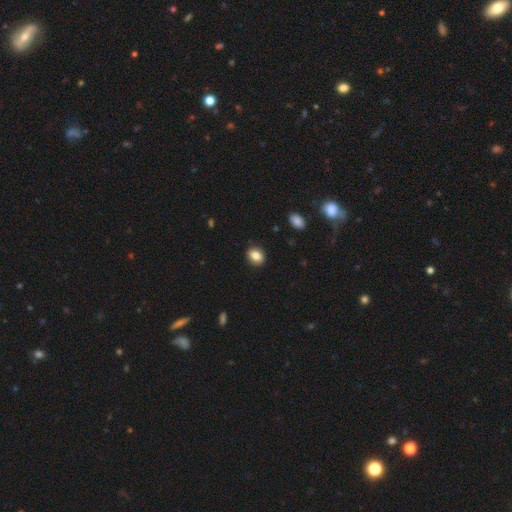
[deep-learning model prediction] The model was most divided on "how rounded": round: 52%, in between: 47%, cigar-shaped: 1%. More confident: merging — none (89%); smooth or featured — smooth (82%).